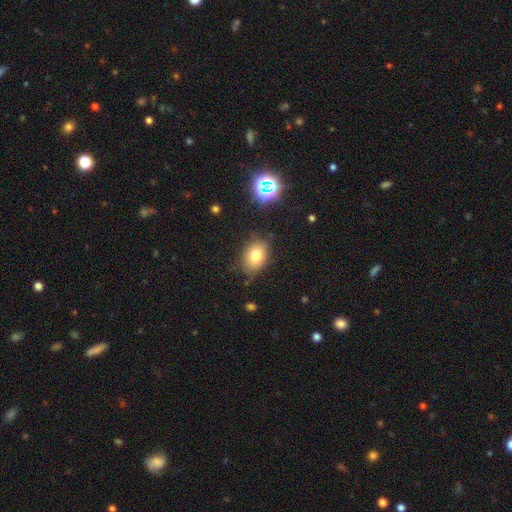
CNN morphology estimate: Smooth or featured?
  - smooth: 76% *
  - star or artifact: 13%
  - featured or disk: 11%
How rounded?
  - in between: 70% *
  - round: 29%
  - cigar-shaped: 1%
Merging?
  - none: 78% *
  - minor disturbance: 16%
  - major disturbance: 4%
  - merger: 2%